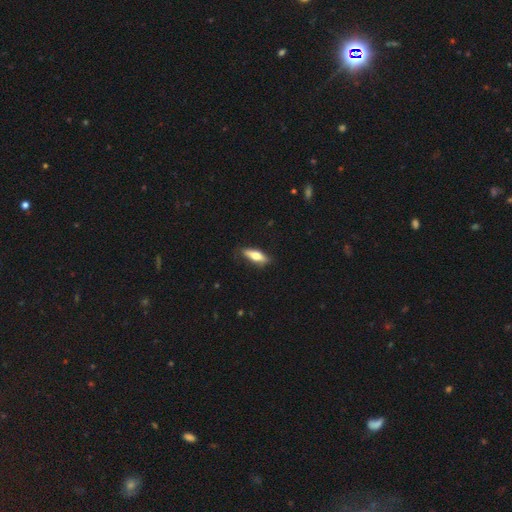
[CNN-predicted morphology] type=smooth (63%); roundness=in between (50%); merging=none (83%).